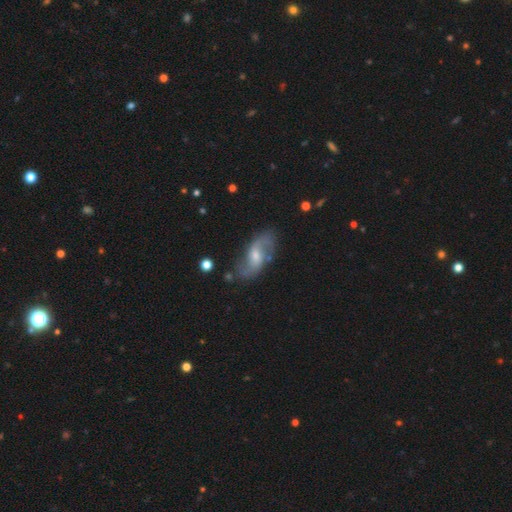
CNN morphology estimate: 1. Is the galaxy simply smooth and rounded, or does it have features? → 76% featured or disk, 17% smooth, 7% star or artifact.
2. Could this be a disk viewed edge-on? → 93% no, 7% yes.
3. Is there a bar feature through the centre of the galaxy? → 46% weak, 44% no, 10% strong.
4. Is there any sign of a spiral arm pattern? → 91% yes, 9% no.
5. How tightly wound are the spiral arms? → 58% loose, 32% medium, 10% tight.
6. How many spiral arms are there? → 87% 2, 7% can't tell, 3% 1, 1% 3, 1% 4, 1% more than 4.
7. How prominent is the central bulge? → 48% small, 43% moderate, 4% none, 3% large, 1% dominant.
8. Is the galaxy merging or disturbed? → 72% none, 18% minor disturbance, 7% major disturbance, 3% merger.